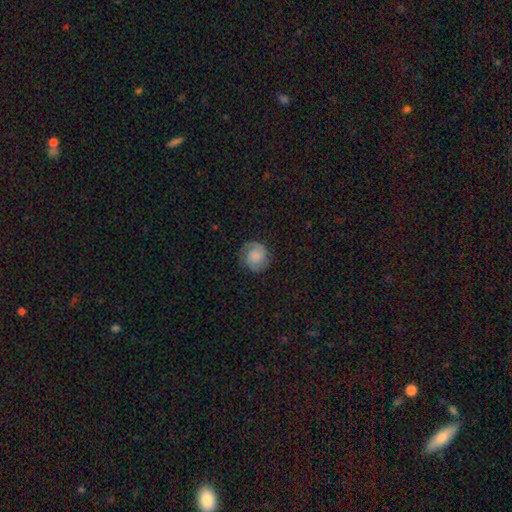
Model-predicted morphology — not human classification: A featured or disk galaxy (52%) with no bar (67%), spiral arms (92%) and no central bulge (37%). Merging: none (79%).